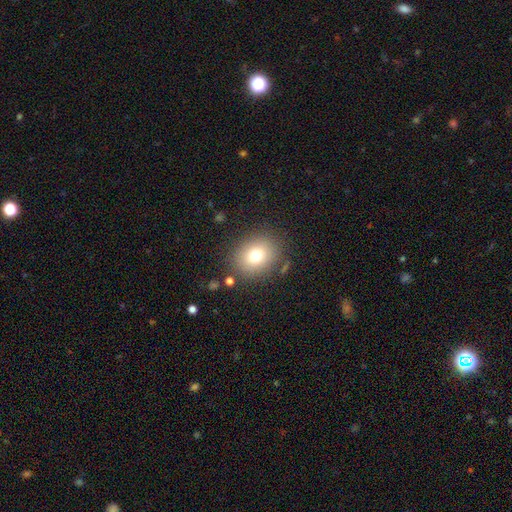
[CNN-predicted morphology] Q: Smooth or featured?
A: smooth (75%); runner-up: star or artifact (13%)
Q: How rounded?
A: round (61%); runner-up: in between (38%)
Q: Merging?
A: none (84%); runner-up: minor disturbance (10%)